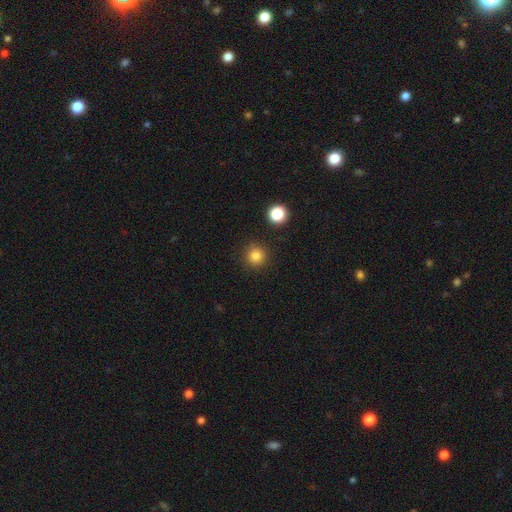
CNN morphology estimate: Smooth or featured? Predicted: smooth (p=0.83). How rounded? Predicted: round (p=0.95). Merging? Predicted: none (p=0.89).